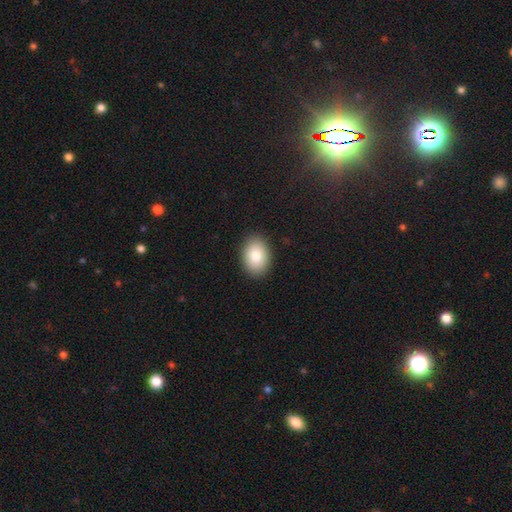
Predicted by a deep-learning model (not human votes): smooth_or_featured: smooth (p=0.85) [alt: featured or disk p=0.08]
how_rounded: in between (p=0.83) [alt: round p=0.16]
merging: none (p=0.90) [alt: minor disturbance p=0.07]